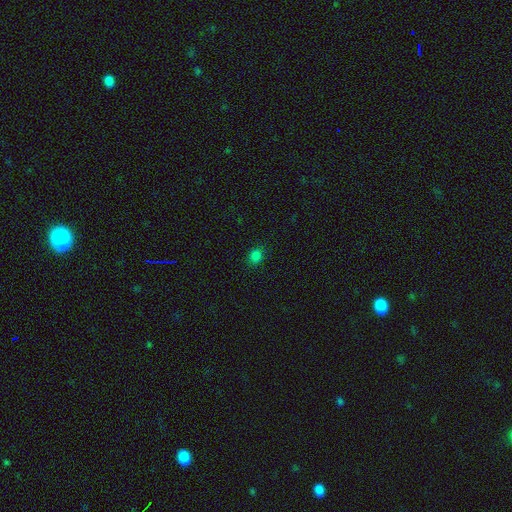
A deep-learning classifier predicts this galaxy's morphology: Q: Smooth or featured?
A: smooth (80%); runner-up: star or artifact (16%)
Q: How rounded?
A: round (68%); runner-up: in between (31%)
Q: Merging?
A: none (88%); runner-up: minor disturbance (9%)